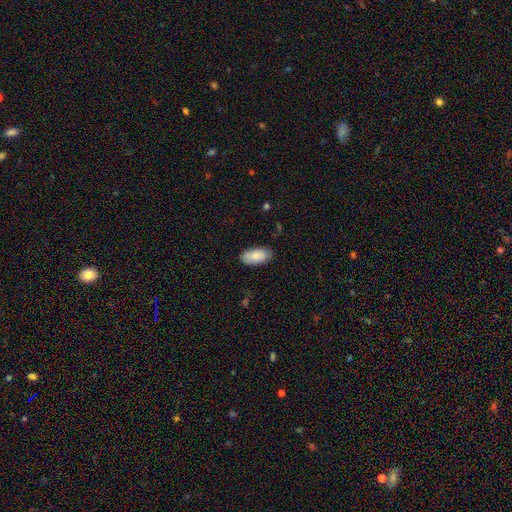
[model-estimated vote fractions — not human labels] smooth 86%, featured or disk 9%, star or artifact 6%. Down the decision tree: how rounded — in between (93%); merging — none (82%).